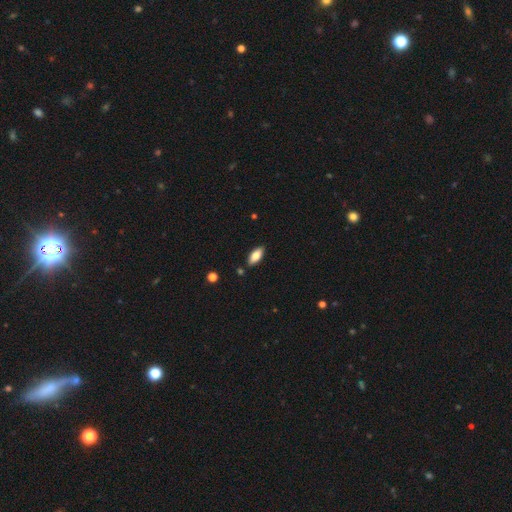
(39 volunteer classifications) This is likely a smooth galaxy (72%). How rounded: clearly in between (93%). Merging: likely none (75%).